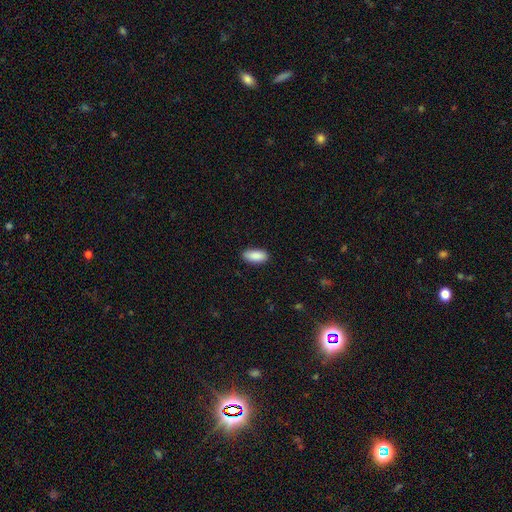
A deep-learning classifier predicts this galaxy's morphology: This is clearly a smooth galaxy (90%). How rounded: clearly in between (89%). Merging: clearly none (88%).